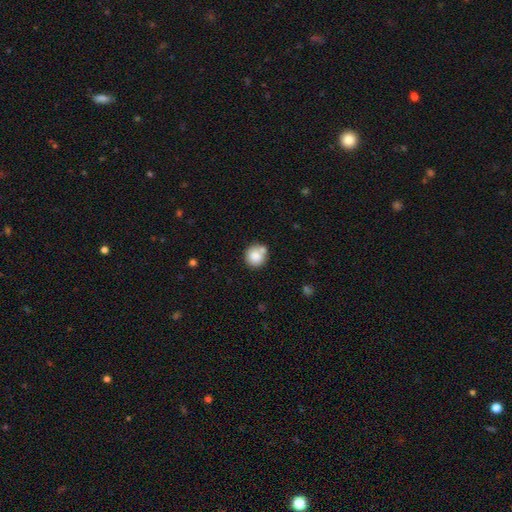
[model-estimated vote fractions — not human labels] The model was most divided on "merging": none: 62%, merger: 22%, minor disturbance: 13%, major disturbance: 4%. More confident: how rounded — round (89%); smooth or featured — smooth (83%).